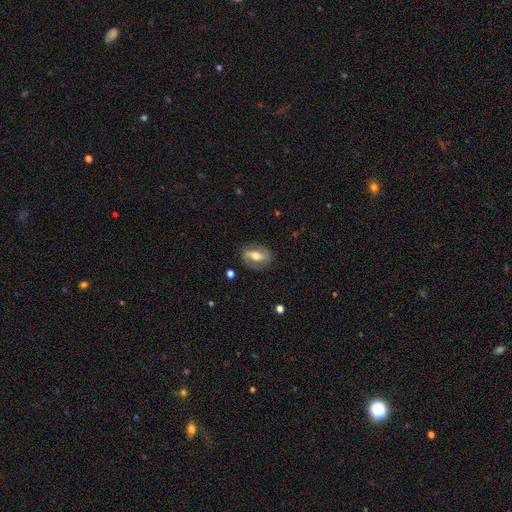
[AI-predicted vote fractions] The model was most divided on "bar": strong: 47%, weak: 29%, no: 24%. More confident: edge-on disk — no (88%); merging — none (79%); bulge size — moderate (70%); spiral arms — yes (63%); smooth or featured — featured or disk (60%).